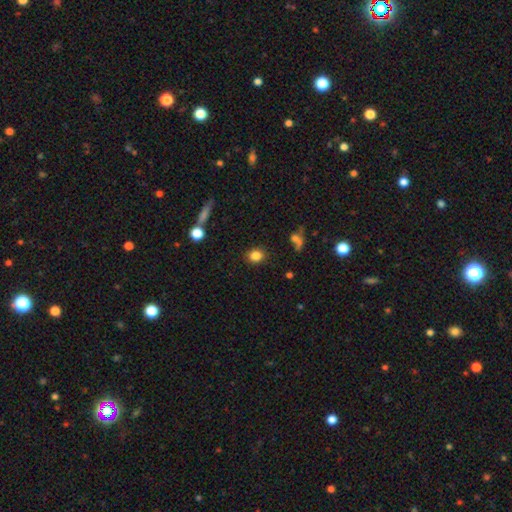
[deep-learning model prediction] This is clearly a smooth galaxy (84%). How rounded: likely round (66%). Merging: clearly none (87%).